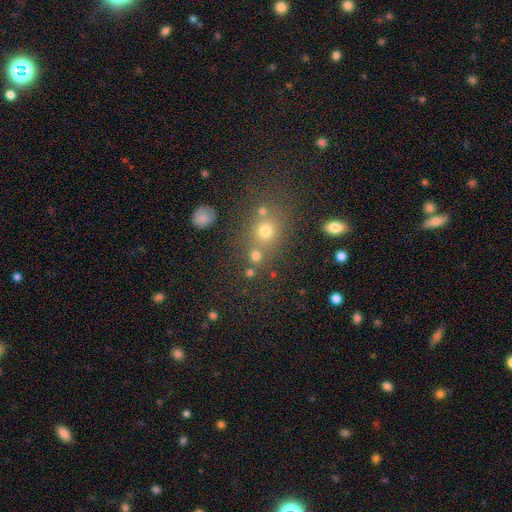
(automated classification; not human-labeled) Q: Smooth or featured?
A: smooth (71%); runner-up: star or artifact (21%)
Q: How rounded?
A: round (85%); runner-up: in between (14%)
Q: Merging?
A: none (64%); runner-up: merger (23%)